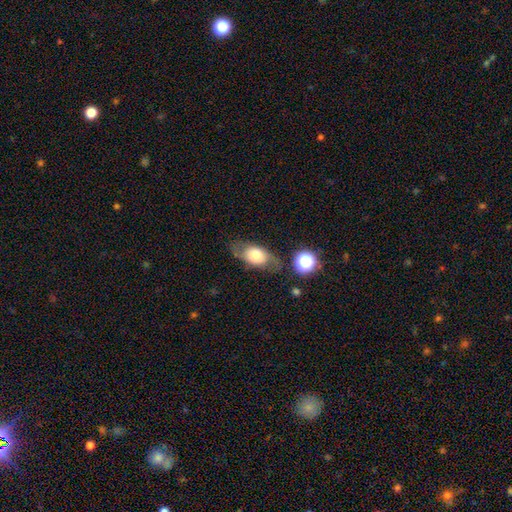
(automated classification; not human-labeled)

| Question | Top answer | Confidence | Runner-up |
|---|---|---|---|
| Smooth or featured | smooth | 60% | featured or disk (31%) |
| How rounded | in between | 77% | round (18%) |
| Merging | none | 65% | minor disturbance (21%) |